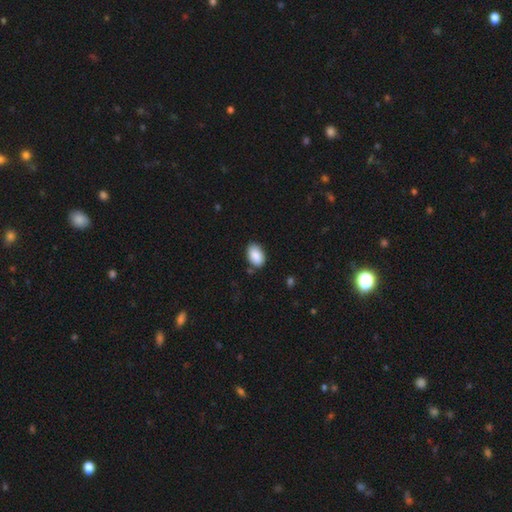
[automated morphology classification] Smooth or featured? smooth (89%)
How rounded? in between (91%)
Merging? none (81%)